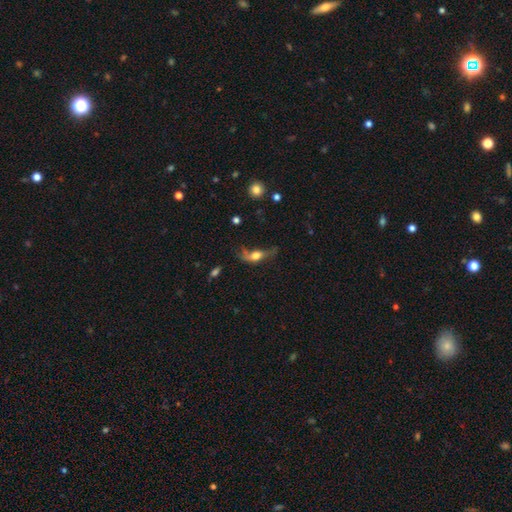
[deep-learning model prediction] A smooth galaxy with no disk features (48%).

Vote fractions:
- Smooth or featured? smooth: 48% / featured or disk: 41% / star or artifact: 11%
- Merging? none: 35% / major disturbance: 32% / minor disturbance: 27% / merger: 6%